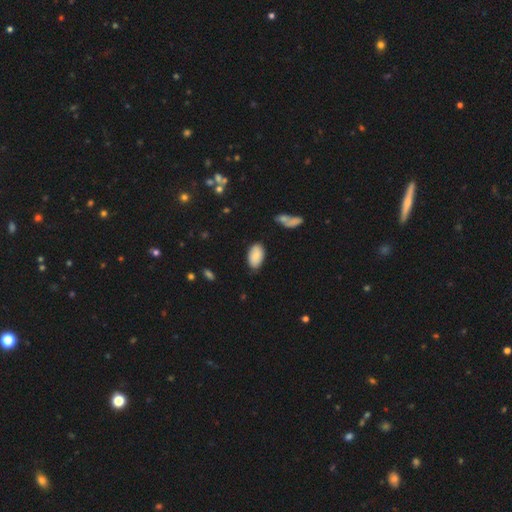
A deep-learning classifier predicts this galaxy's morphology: This is clearly a smooth galaxy (82%). How rounded: clearly in between (95%). Merging: likely none (77%).